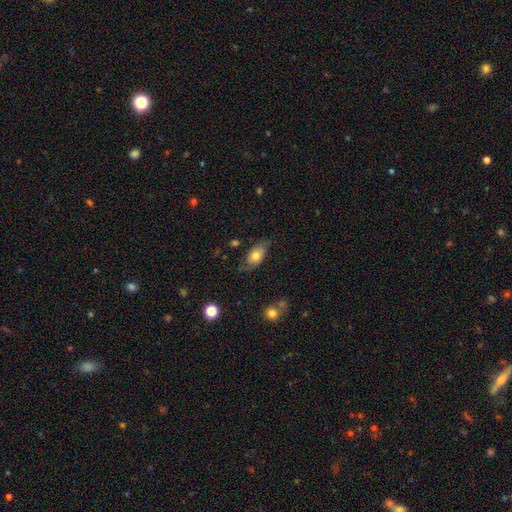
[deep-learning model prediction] This is likely a smooth galaxy (65%). How rounded: clearly in between (87%). Merging: possibly none (60%).